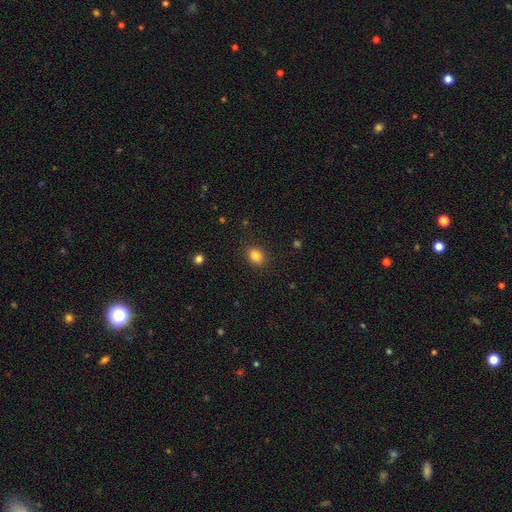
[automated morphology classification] A smooth galaxy with no disk features (84%) that is round (57%).

Vote fractions:
- Smooth or featured? smooth: 84% / star or artifact: 11% / featured or disk: 5%
- How rounded? round: 57% / in between: 42% / cigar-shaped: 1%
- Merging? none: 89% / minor disturbance: 7% / major disturbance: 2% / merger: 1%